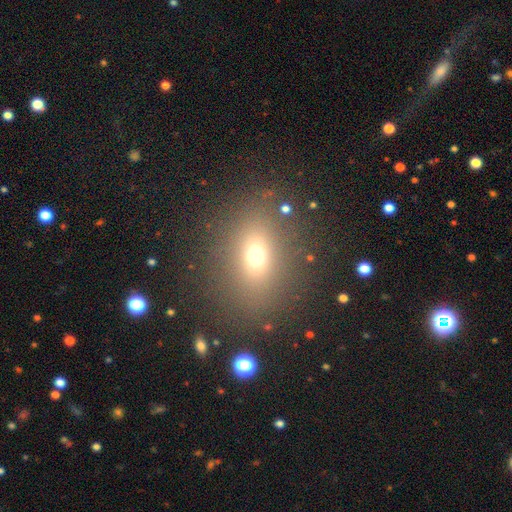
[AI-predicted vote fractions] Morphology: type=smooth (66%); roundness=in between (54%); merging=none (83%).